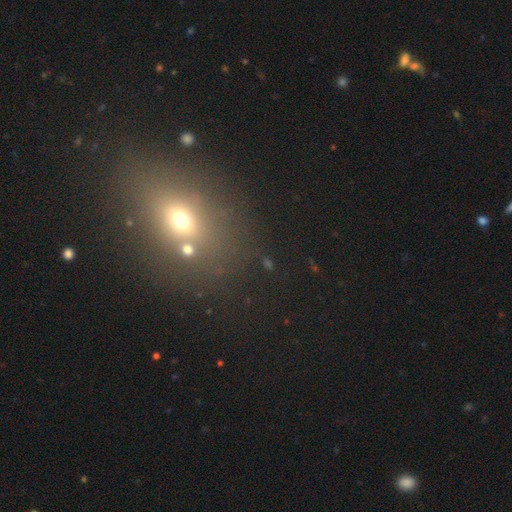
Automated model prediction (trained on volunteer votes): Overall: smooth (44%; star or artifact 41%). Merging: none (74%).